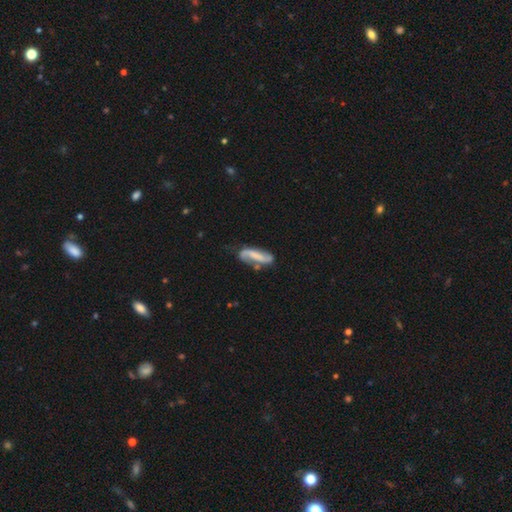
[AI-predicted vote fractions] The model was most divided on "bar": strong: 41%, no: 31%, weak: 28%. More confident: edge-on disk — no (87%); spiral arms — yes (86%); smooth or featured — featured or disk (63%); merging — none (55%); bulge size — none (51%).